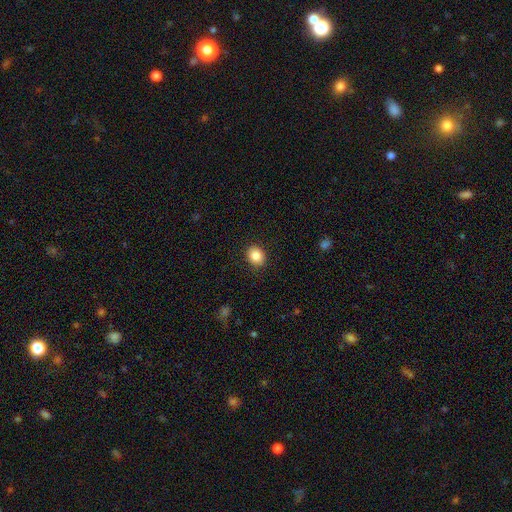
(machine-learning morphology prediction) Q: Smooth or featured?
A: smooth (86%); runner-up: star or artifact (9%)
Q: How rounded?
A: round (59%); runner-up: in between (40%)
Q: Merging?
A: none (90%); runner-up: minor disturbance (7%)